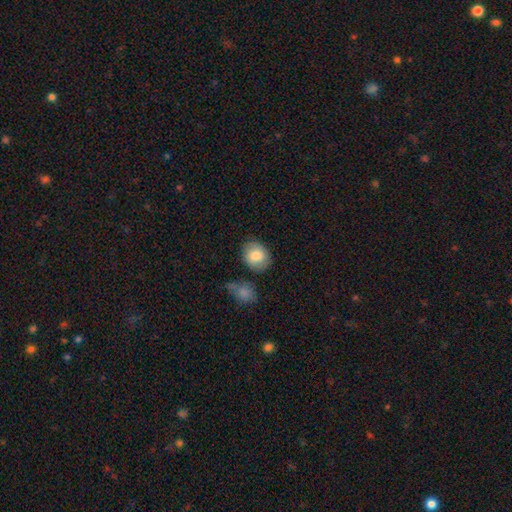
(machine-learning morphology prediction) type=smooth (83%); roundness=round (56%); merging=none (78%).